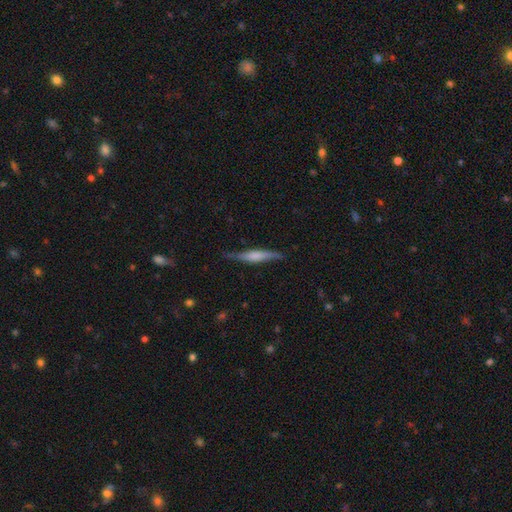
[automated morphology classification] smooth_or_featured: featured or disk (p=0.54) [alt: smooth p=0.41]
disk_edge_on: yes (p=0.93) [alt: no p=0.07]
merging: none (p=0.77) [alt: minor disturbance p=0.18]